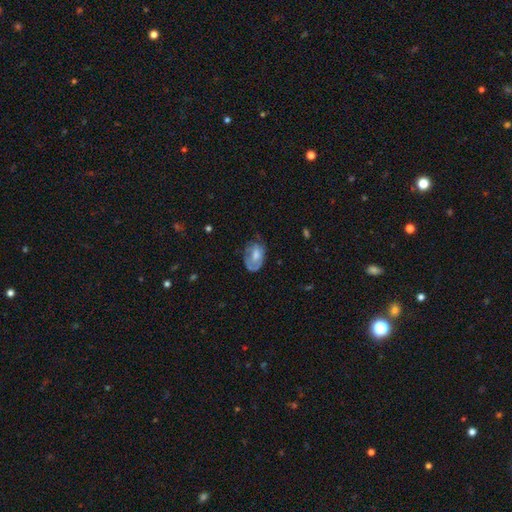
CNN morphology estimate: A featured or disk galaxy (46%, tied with smooth). Merging: none (49%).